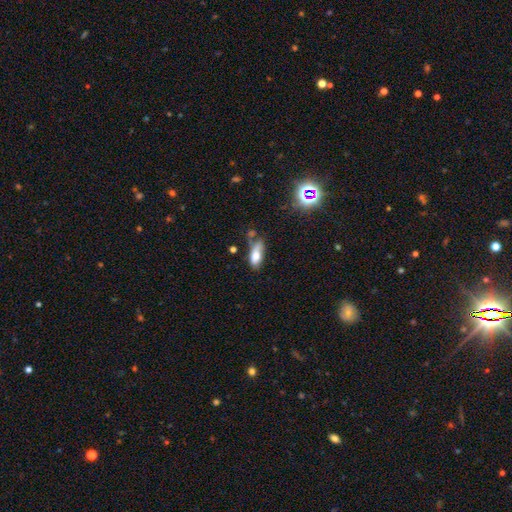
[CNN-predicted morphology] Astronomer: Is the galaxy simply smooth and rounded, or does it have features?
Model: smooth — 72%.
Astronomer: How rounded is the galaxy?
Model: in between — 78%.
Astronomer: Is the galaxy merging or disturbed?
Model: none — 36% (runner-up: minor disturbance, 31%).